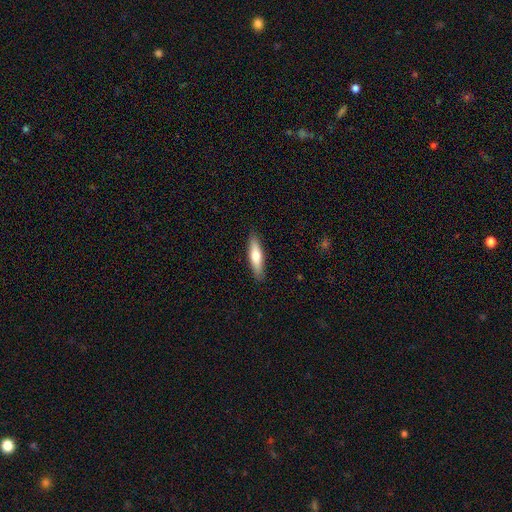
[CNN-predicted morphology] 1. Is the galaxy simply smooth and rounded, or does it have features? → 65% smooth, 29% featured or disk, 6% star or artifact.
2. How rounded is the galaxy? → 69% cigar-shaped, 29% in between, 2% round.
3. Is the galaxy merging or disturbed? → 89% none, 8% minor disturbance, 2% major disturbance, 1% merger.